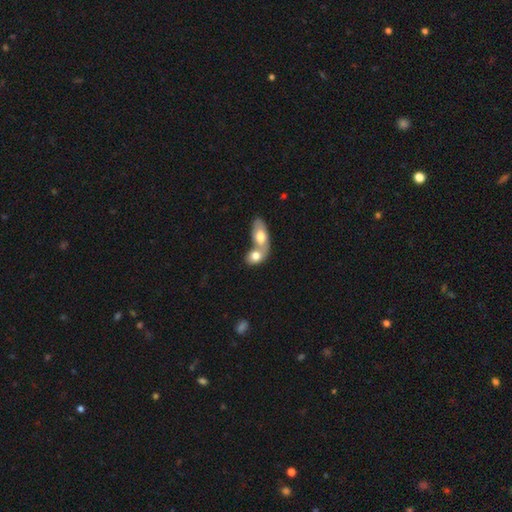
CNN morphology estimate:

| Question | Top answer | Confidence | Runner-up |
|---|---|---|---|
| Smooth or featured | smooth | 73% | featured or disk (21%) |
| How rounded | in between | 79% | round (18%) |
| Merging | merger | 74% | none (17%) |